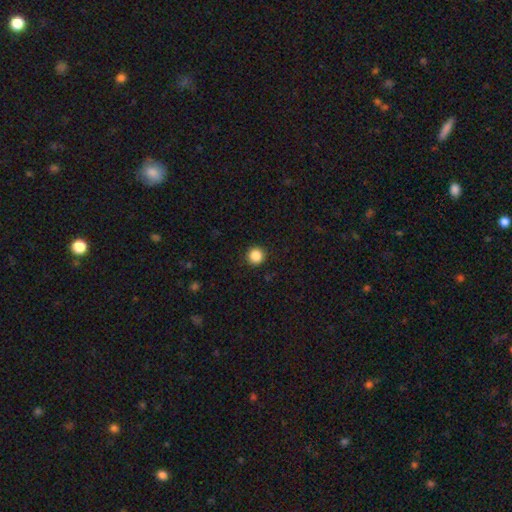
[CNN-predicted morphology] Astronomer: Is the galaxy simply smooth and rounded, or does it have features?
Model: smooth — 87%.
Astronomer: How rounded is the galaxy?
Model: round — 96%.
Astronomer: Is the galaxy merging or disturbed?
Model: none — 92%.